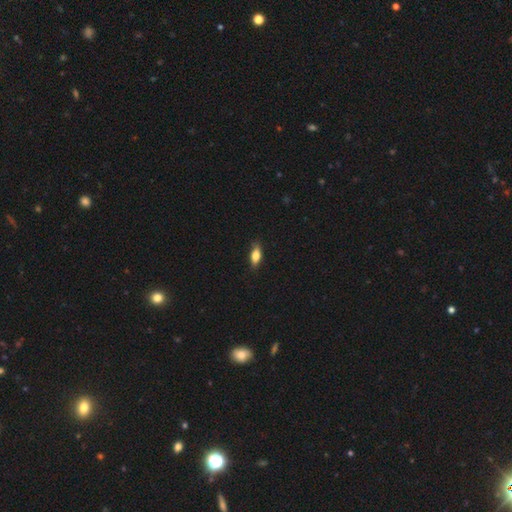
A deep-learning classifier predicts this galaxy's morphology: Smooth or featured? smooth (75%)
How rounded? in between (75%)
Merging? none (84%)